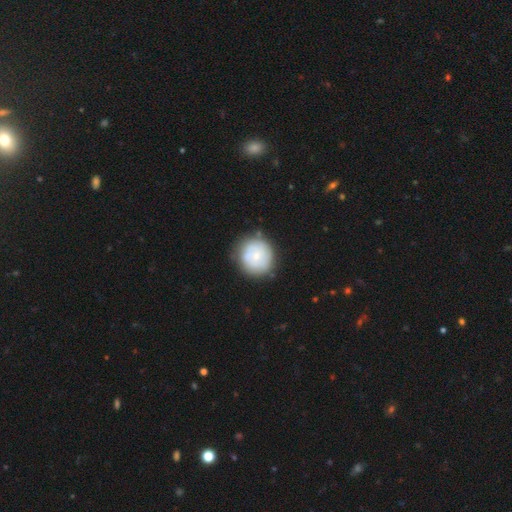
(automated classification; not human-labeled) A smooth galaxy with no disk features (55%) that is round (91%). Merging: none (70%).